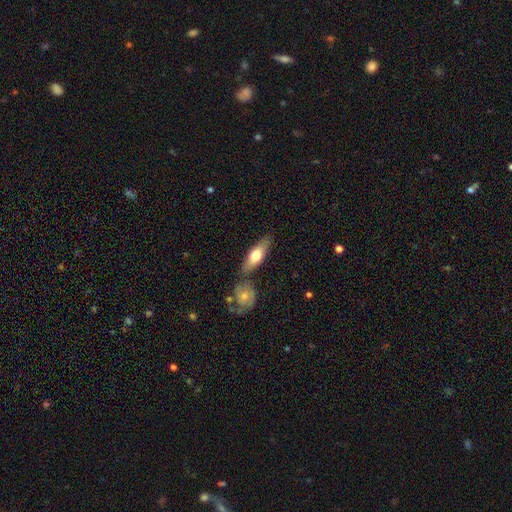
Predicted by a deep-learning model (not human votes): Q: Smooth or featured?
A: smooth (60%); runner-up: featured or disk (35%)
Q: How rounded?
A: in between (59%); runner-up: cigar-shaped (37%)
Q: Merging?
A: none (68%); runner-up: merger (15%)